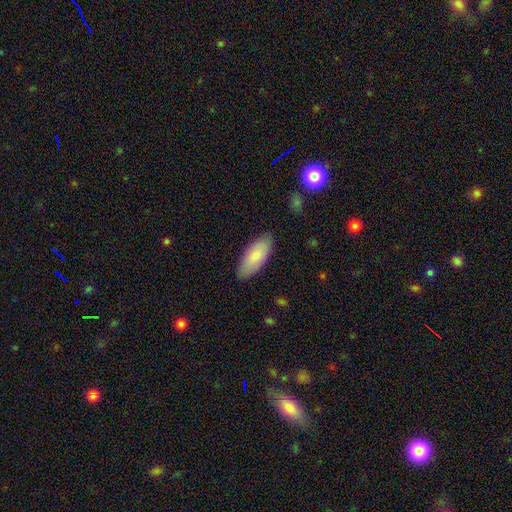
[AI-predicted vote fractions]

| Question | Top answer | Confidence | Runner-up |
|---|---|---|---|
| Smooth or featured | smooth | 82% | featured or disk (12%) |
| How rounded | in between | 85% | cigar-shaped (13%) |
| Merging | none | 85% | minor disturbance (11%) |